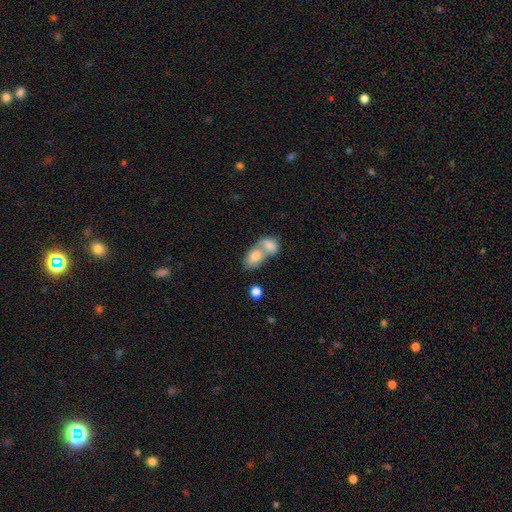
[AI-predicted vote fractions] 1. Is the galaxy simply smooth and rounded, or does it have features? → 78% smooth, 15% featured or disk, 8% star or artifact.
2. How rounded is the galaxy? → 77% in between, 21% round, 2% cigar-shaped.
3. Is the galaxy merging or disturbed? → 74% merger, 17% none, 5% minor disturbance, 3% major disturbance.